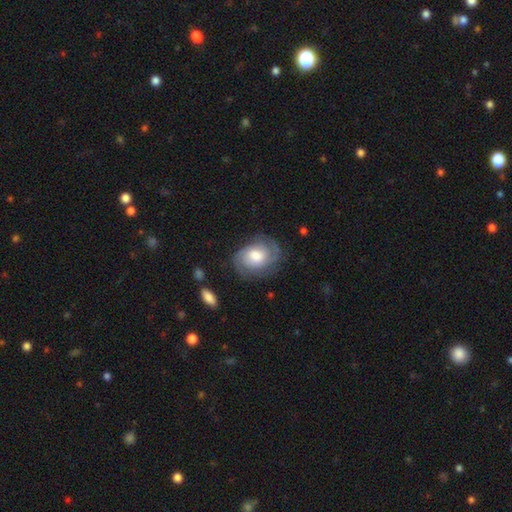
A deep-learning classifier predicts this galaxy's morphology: Smooth or featured? featured or disk (60%)
Edge-on disk? no (97%)
Bar? no (67%)
Spiral arms? yes (86%)
Spiral winding? tight (51%)
Spiral arm count? 2 (51%)
Bulge size? moderate (51%)
Merging? none (69%)